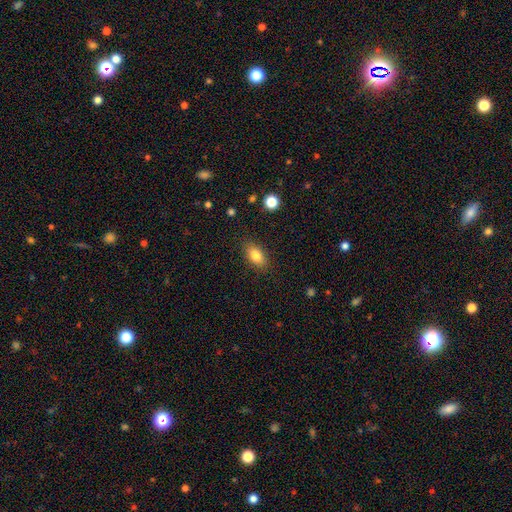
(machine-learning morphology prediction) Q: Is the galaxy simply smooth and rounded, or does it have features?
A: smooth — 82%.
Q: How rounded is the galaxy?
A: in between — 87%.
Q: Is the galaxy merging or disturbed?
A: none — 86%.